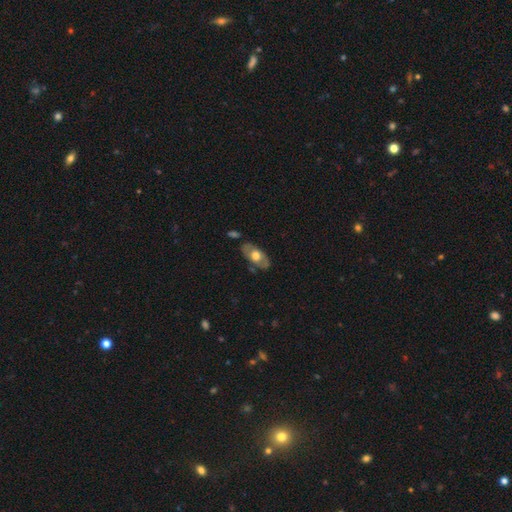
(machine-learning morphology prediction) Smooth or featured? Predicted: featured or disk (p=0.49). Merging? Predicted: none (p=0.78).